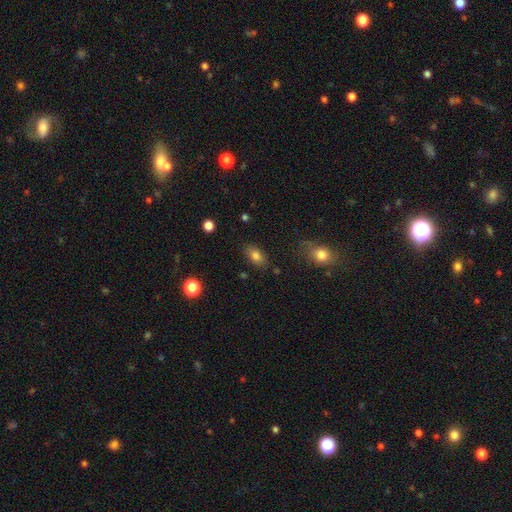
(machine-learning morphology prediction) The model was most divided on "merging": none: 81%, minor disturbance: 13%, major disturbance: 3%, merger: 2%. More confident: how rounded — in between (87%); smooth or featured — smooth (80%).